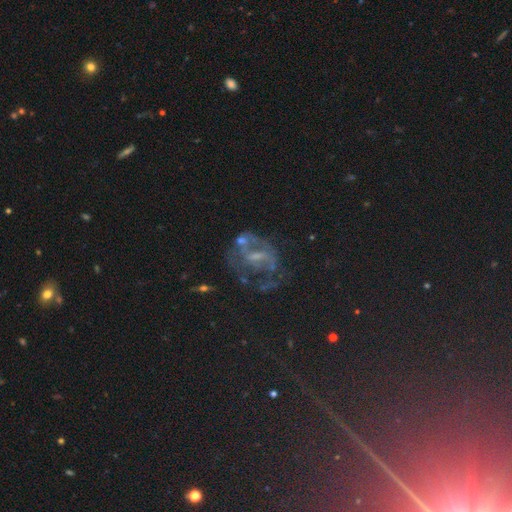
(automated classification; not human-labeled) This is possibly a featured or disk galaxy (48%). Merging: possibly none (45%).